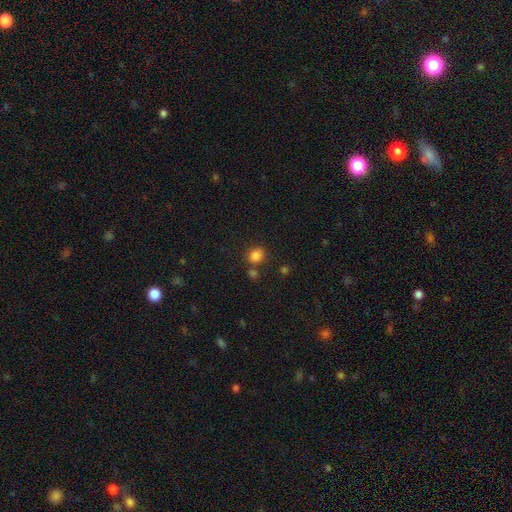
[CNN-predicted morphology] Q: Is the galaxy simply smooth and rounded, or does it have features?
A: smooth — 83%.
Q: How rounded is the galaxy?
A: round — 59%.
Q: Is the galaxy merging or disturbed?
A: none — 72%.